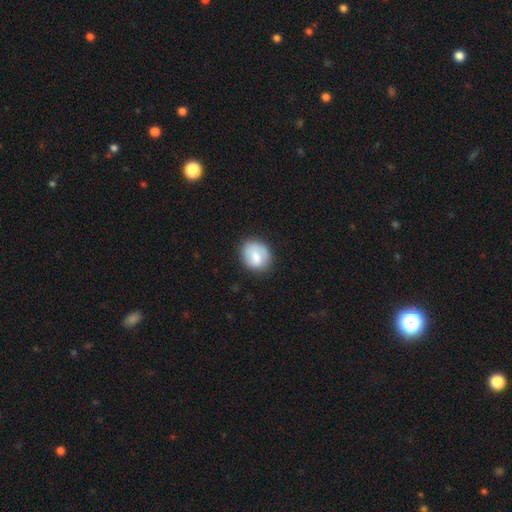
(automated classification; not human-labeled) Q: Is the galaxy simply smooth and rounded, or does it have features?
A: smooth — 74%.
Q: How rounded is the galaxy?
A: round — 58%.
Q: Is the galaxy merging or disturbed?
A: none — 75%.